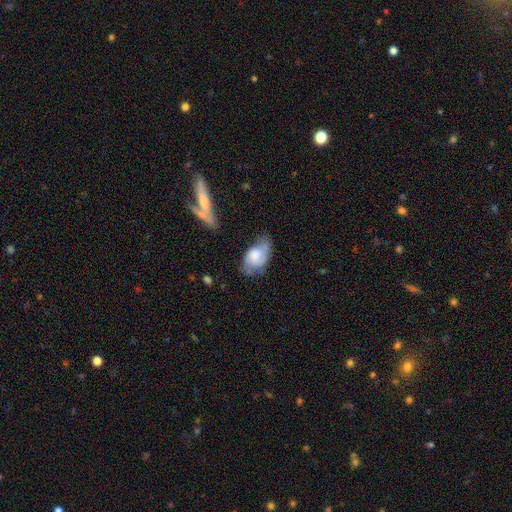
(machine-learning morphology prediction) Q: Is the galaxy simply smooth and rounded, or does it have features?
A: smooth — 48%.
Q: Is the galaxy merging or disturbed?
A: none — 50%.